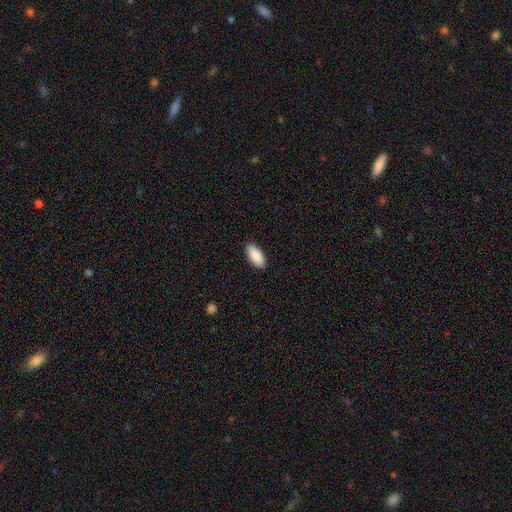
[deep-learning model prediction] Overall: smooth (89%). How rounded: in between (91%). Merging: none (90%).